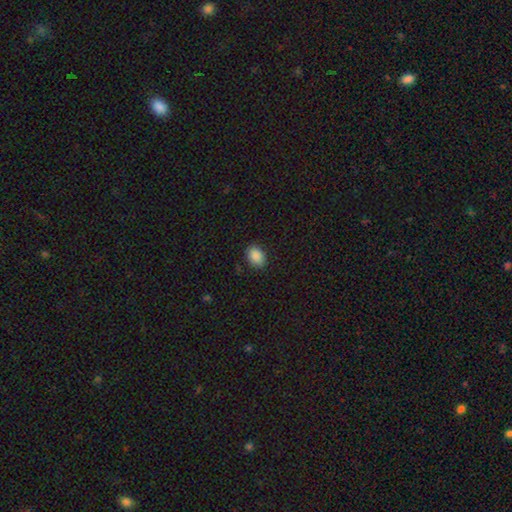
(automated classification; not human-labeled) smooth-or-featured: smooth: 89% | star or artifact: 8% | featured or disk: 3%
  how-rounded: in between: 74% | round: 25% | cigar-shaped: 1%
  merging: none: 87% | minor disturbance: 10% | major disturbance: 2% | merger: 1%